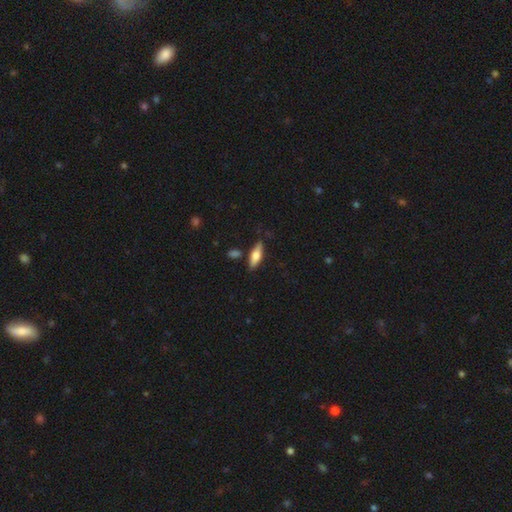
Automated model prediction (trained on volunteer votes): Q: Smooth or featured?
A: smooth (60%); runner-up: featured or disk (34%)
Q: How rounded?
A: in between (54%); runner-up: cigar-shaped (43%)
Q: Merging?
A: none (81%); runner-up: minor disturbance (13%)